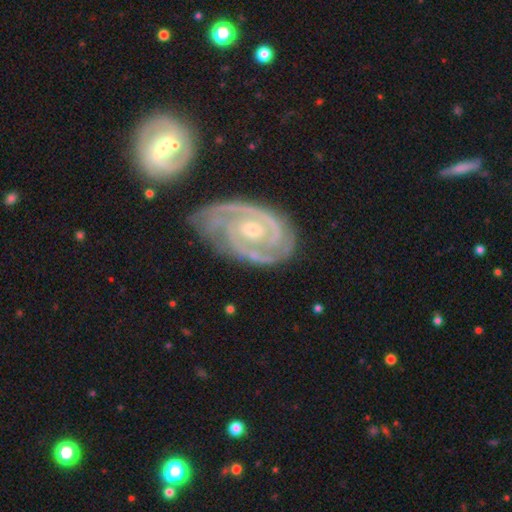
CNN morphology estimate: The model was most divided on "bulge size": small: 52%, moderate: 43%, large: 2%, none: 2%, dominant: 1%. More confident: spiral arms — yes (98%); edge-on disk — no (97%); smooth or featured — featured or disk (91%); spiral winding — tight (71%); spiral arm count — 2 (68%); merging — none (65%); bar — no (62%).